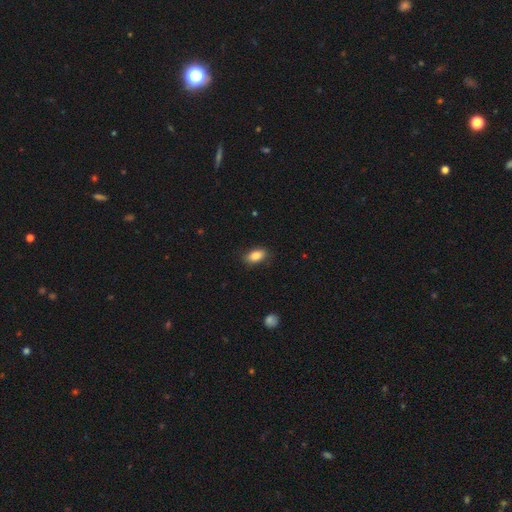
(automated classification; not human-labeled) A smooth galaxy with no disk features (86%) that is in between round and cigar-shaped (90%). Merging: none (86%).